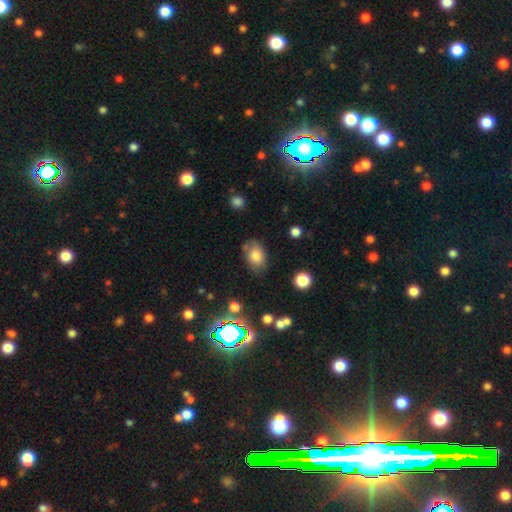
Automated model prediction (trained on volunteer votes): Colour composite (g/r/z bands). It shows a smooth galaxy with no disk features (75%) that is in between round and cigar-shaped (78%). Merging: none (64%).